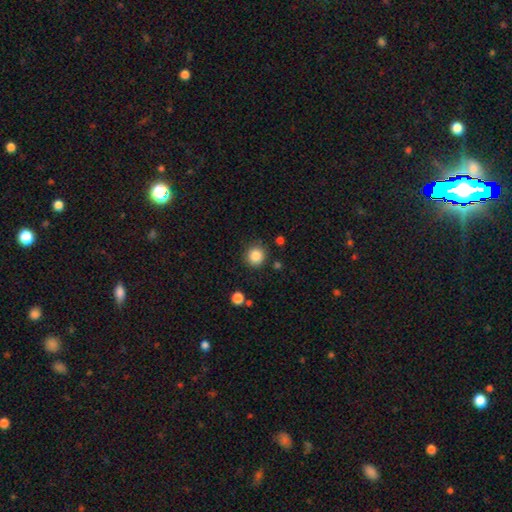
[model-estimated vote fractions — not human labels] The model was most divided on "smooth or featured": smooth: 86%, star or artifact: 10%, featured or disk: 4%. More confident: how rounded — round (90%); merging — none (87%).